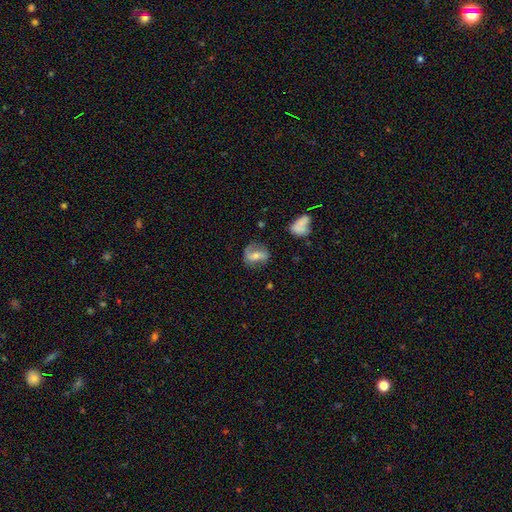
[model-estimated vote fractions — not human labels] Smooth or featured: featured or disk — 54% (smooth — 37%)
Edge-on disk: no — 93% (yes — 7%)
Bar: strong — 38% (weak — 33%)
Spiral arms: yes — 74% (no — 26%)
Bulge size: moderate — 51% (small — 41%)
Merging: none — 62% (minor disturbance — 22%)